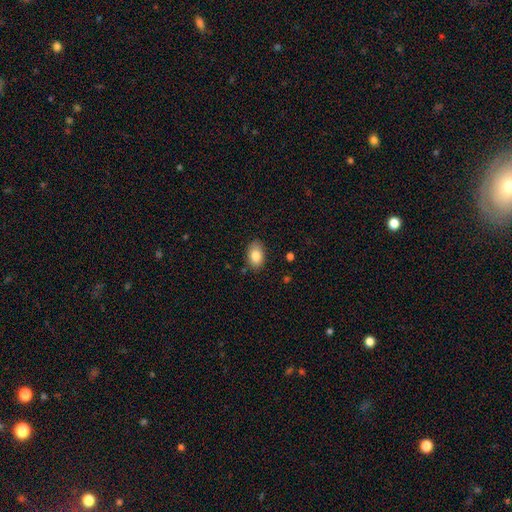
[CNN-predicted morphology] The model was most divided on "how rounded": in between: 85%, round: 14%, cigar-shaped: 1%. More confident: smooth or featured — smooth (84%); merging — none (84%).